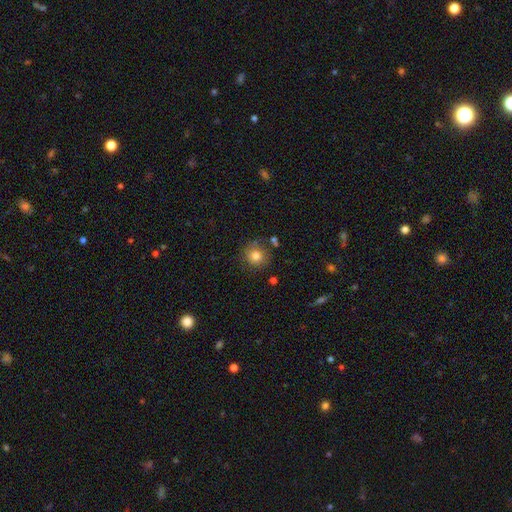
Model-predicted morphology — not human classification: Smooth or featured?
  - smooth: 79% *
  - star or artifact: 11%
  - featured or disk: 10%
How rounded?
  - round: 91% *
  - in between: 9%
  - cigar-shaped: 1%
Merging?
  - none: 75% *
  - minor disturbance: 15%
  - merger: 5%
  - major disturbance: 5%